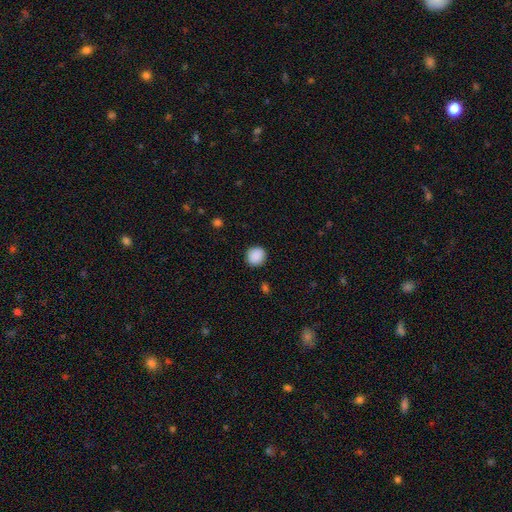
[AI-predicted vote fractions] smooth_or_featured: smooth (p=0.90) [alt: star or artifact p=0.08]
how_rounded: round (p=0.86) [alt: in between p=0.13]
merging: none (p=0.90) [alt: minor disturbance p=0.07]